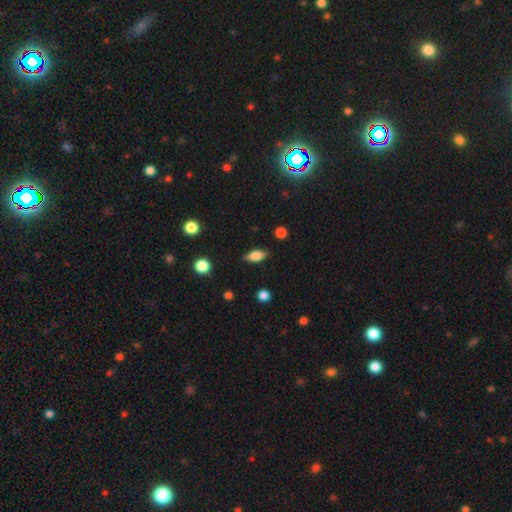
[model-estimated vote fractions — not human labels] This is likely a smooth galaxy (75%). How rounded: clearly in between (82%). Merging: clearly none (84%).